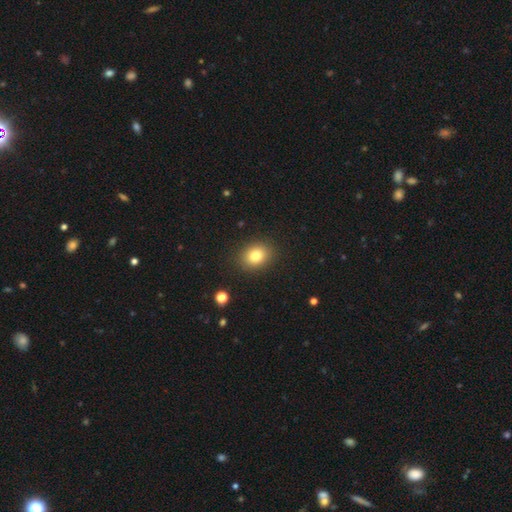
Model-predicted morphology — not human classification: Overall: smooth (81%). How rounded: round (54%; in between 46%). Merging: none (88%).